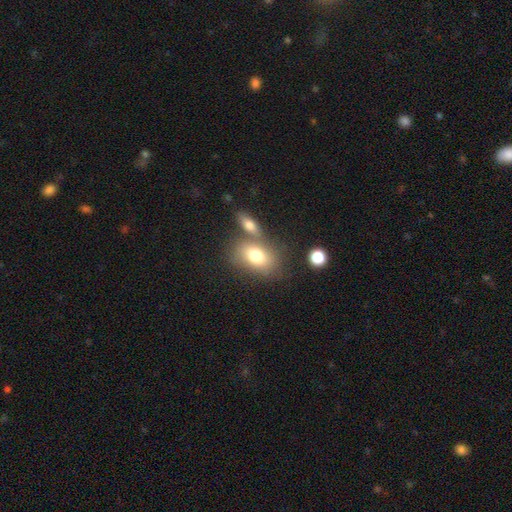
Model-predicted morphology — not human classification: A smooth galaxy with no disk features (74%) that is in between round and cigar-shaped (80%). Merging: none (52%).